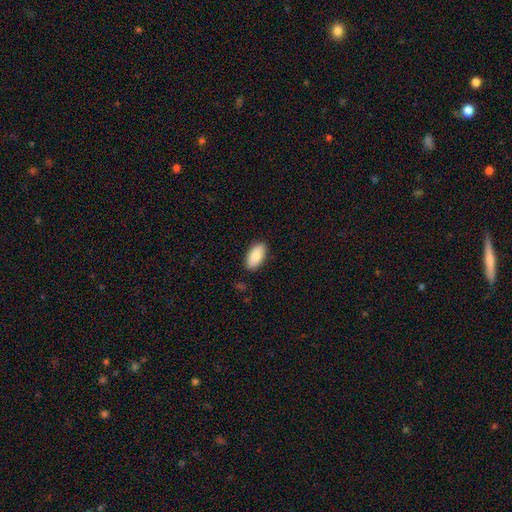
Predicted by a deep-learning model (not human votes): Smooth or featured? smooth (87%)
How rounded? in between (94%)
Merging? none (88%)